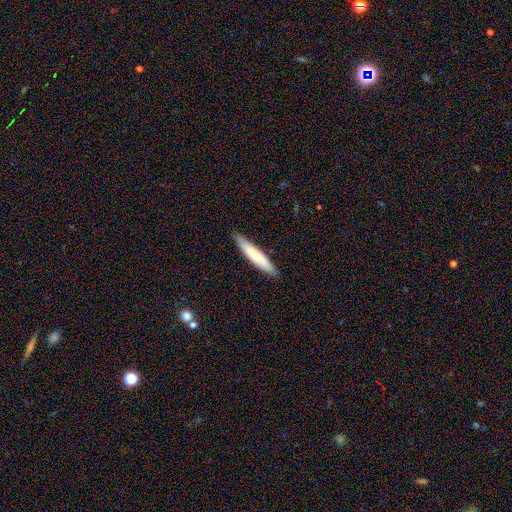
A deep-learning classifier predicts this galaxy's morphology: smooth 68%, featured or disk 26%, star or artifact 5%. Down the decision tree: how rounded — cigar-shaped (89%); merging — none (88%).